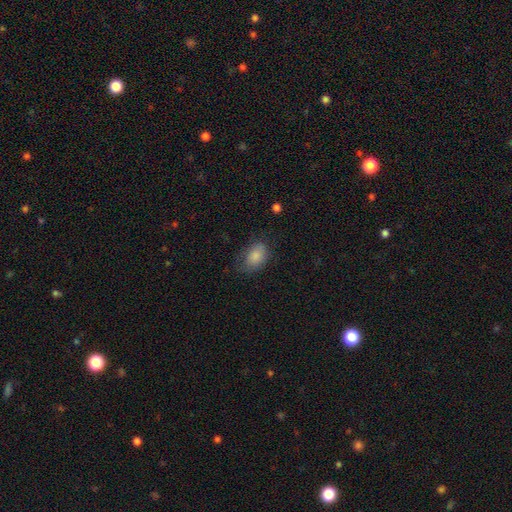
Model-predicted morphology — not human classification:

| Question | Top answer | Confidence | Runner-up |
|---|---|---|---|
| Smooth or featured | smooth | 83% | featured or disk (9%) |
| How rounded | in between | 86% | round (12%) |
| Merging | none | 59% | minor disturbance (28%) |